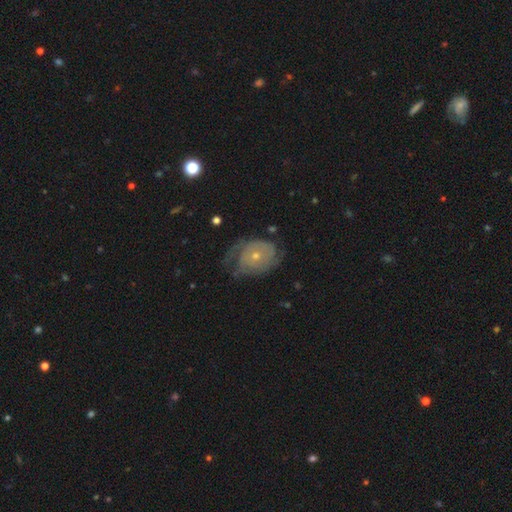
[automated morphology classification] A featured or disk galaxy (71%) with no bar (84%), tight (59%) spiral arms (82%) and a small central bulge (62%).

Vote fractions:
- Smooth or featured? featured or disk: 71% / smooth: 21% / star or artifact: 7%
- Edge-on disk? no: 96% / yes: 4%
- Bar? no: 84% / weak: 14% / strong: 3%
- Spiral arms? yes: 82% / no: 18%
- Spiral winding? tight: 59% / medium: 28% / loose: 13%
- Spiral arm count? can't tell: 42% / 2: 30% / 1: 11% / 3: 9% / 4: 4% / more than 4: 3%
- Bulge size? small: 62% / moderate: 34% / large: 1% / none: 1% / dominant: 1%
- Merging? none: 50% / minor disturbance: 27% / major disturbance: 21% / merger: 2%